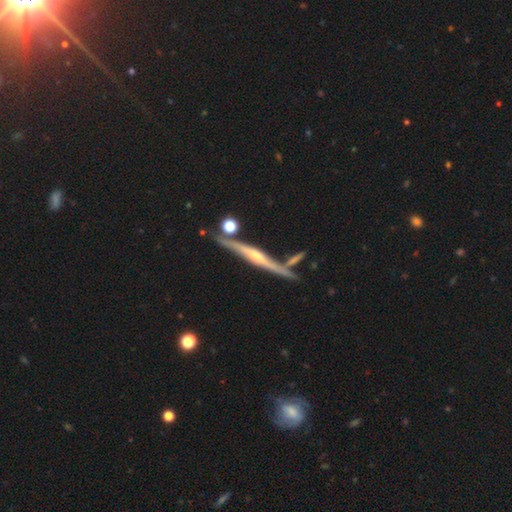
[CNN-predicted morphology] featured or disk 79%, smooth 14%, star or artifact 7%. Down the decision tree: edge-on disk — yes (95%); edge-on bulge — rounded (71%); merging — none (73%).